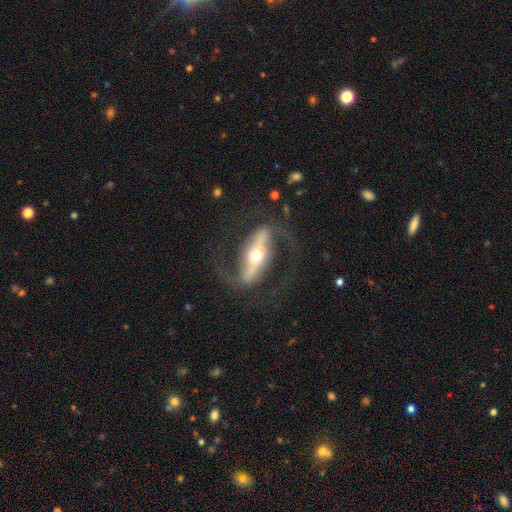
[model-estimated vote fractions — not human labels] Smooth or featured: featured or disk — 86% (smooth — 9%)
Edge-on disk: no — 86% (yes — 14%)
Bar: strong — 73% (weak — 15%)
Spiral arms: yes — 87% (no — 13%)
Spiral winding: loose — 44% (medium — 42%)
Spiral arm count: 2 — 91% (can't tell — 3%)
Bulge size: moderate — 61% (small — 31%)
Merging: none — 71% (major disturbance — 13%)